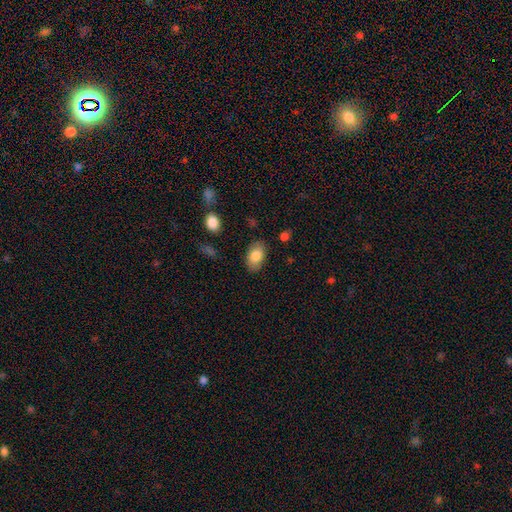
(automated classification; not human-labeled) Smooth or featured? smooth (83%)
How rounded? in between (92%)
Merging? none (83%)